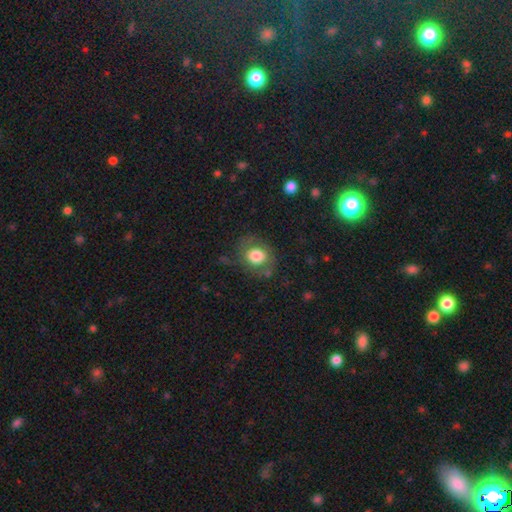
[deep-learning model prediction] Q: Smooth or featured?
A: smooth (73%); runner-up: featured or disk (18%)
Q: How rounded?
A: round (68%); runner-up: in between (31%)
Q: Merging?
A: none (67%); runner-up: minor disturbance (19%)